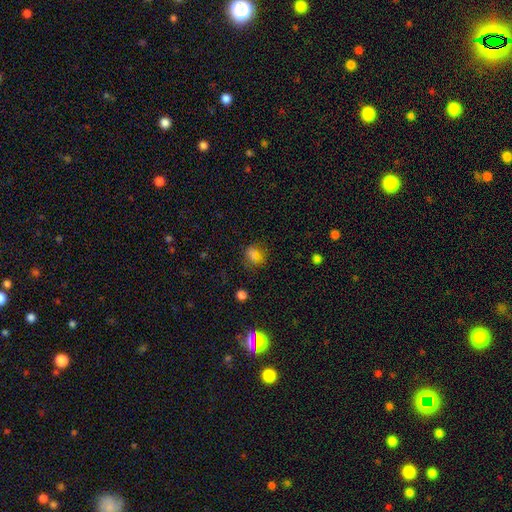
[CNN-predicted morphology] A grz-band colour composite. It shows a smooth galaxy with no disk features (73%) that is round (55%). Merging: none (77%).